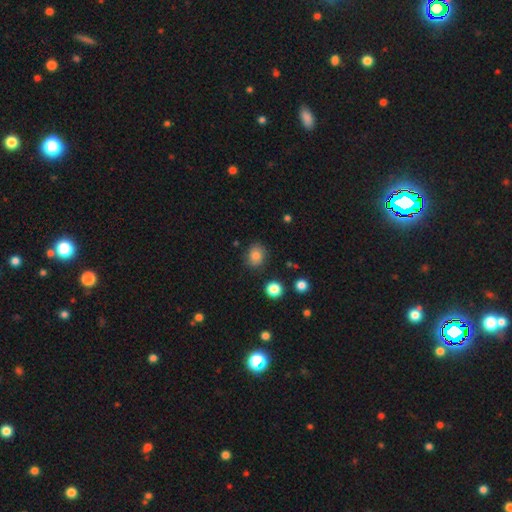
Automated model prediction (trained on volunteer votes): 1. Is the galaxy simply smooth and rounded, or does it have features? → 83% smooth, 11% star or artifact, 6% featured or disk.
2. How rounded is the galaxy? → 59% round, 40% in between, 1% cigar-shaped.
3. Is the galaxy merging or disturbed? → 82% none, 13% minor disturbance, 3% major disturbance, 2% merger.